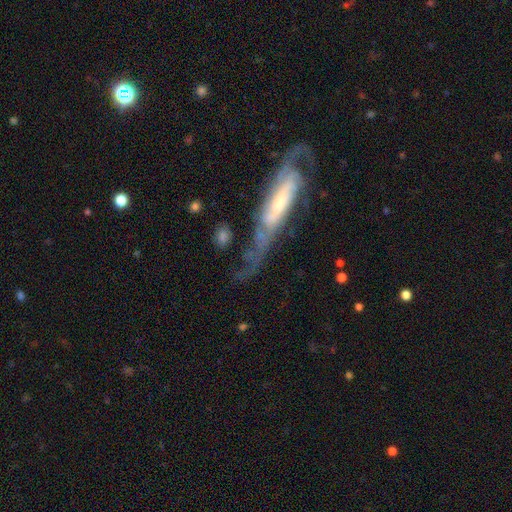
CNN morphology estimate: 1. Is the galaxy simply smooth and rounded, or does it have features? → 75% featured or disk, 15% smooth, 10% star or artifact.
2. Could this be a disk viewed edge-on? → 59% no, 41% yes.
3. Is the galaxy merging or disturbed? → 56% none, 22% minor disturbance, 19% major disturbance, 4% merger.